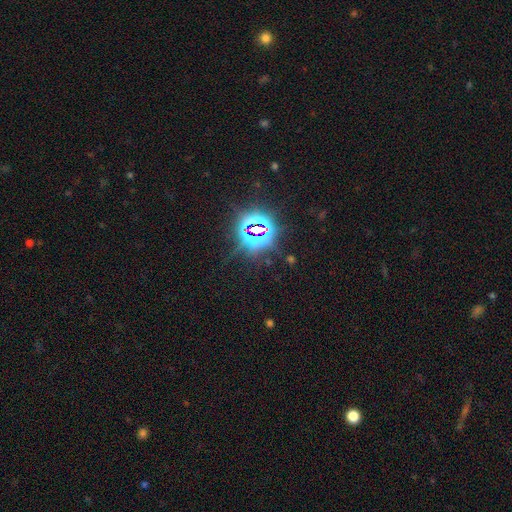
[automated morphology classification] type=star or artifact (83%).